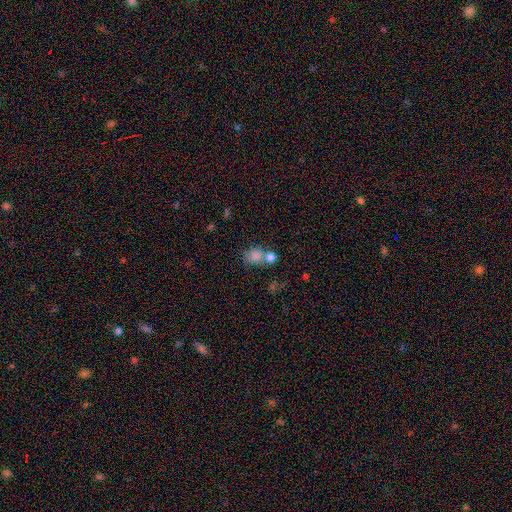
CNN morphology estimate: smooth 80%, star or artifact 12%, featured or disk 8%. Down the decision tree: how rounded — round (70%); merging — none (47%).